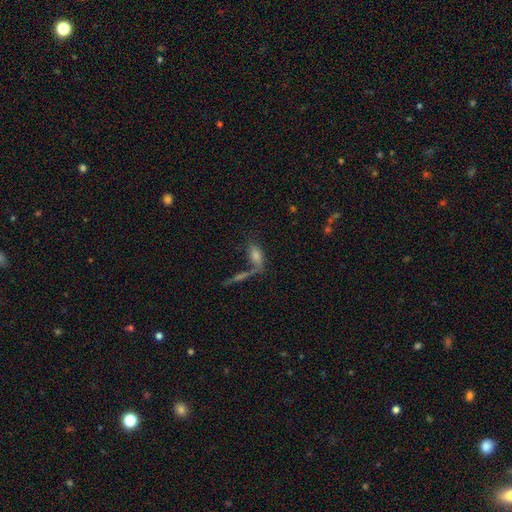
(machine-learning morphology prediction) This appears to be a smooth galaxy with no disk features (60%) that is in between round and cigar-shaped (68%). Merging: none (42%).